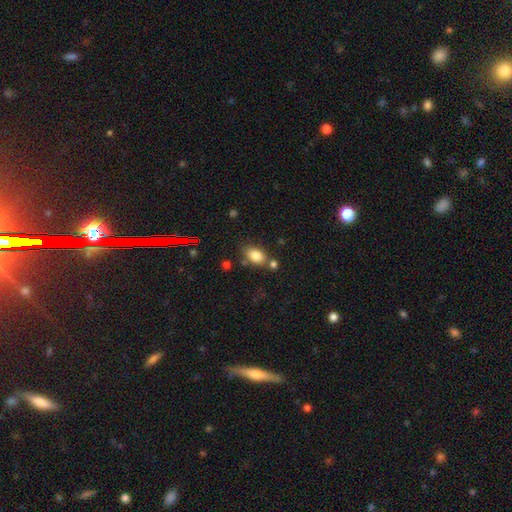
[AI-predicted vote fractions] Overall: smooth (82%). How rounded: in between (83%). Merging: none (67%).